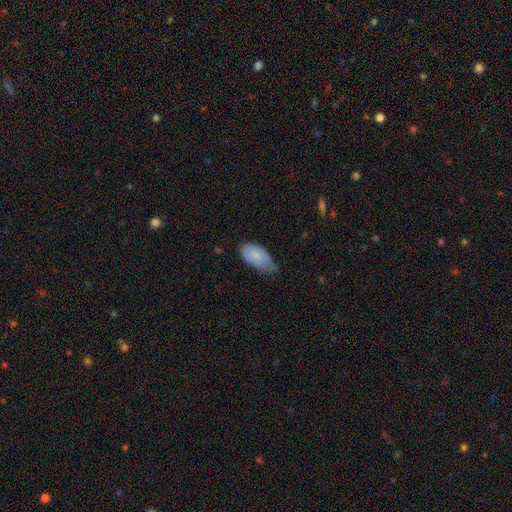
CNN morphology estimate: Smooth or featured: smooth — 80% (featured or disk — 14%)
How rounded: in between — 94% (cigar-shaped — 3%)
Merging: minor disturbance — 50% (none — 37%)